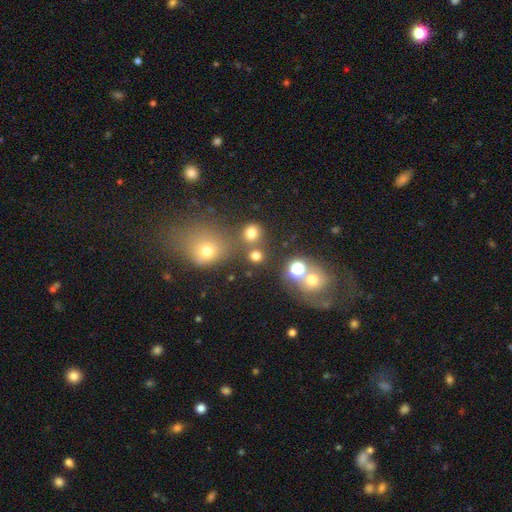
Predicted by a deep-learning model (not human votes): Overall: smooth (73%). How rounded: round (86%). Merging: none (70%).